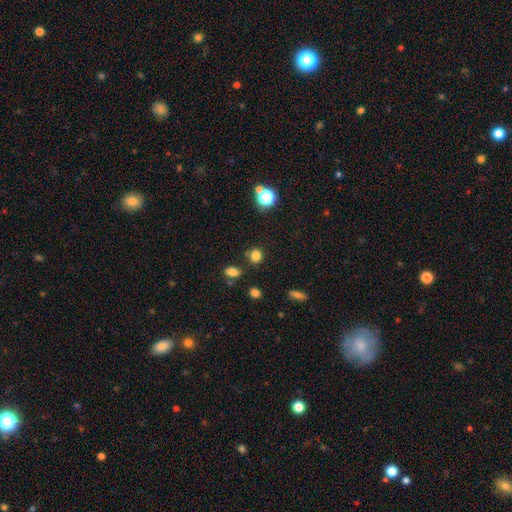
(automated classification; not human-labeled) Smooth or featured: smooth — 80% (star or artifact — 15%)
How rounded: round — 82% (in between — 17%)
Merging: none — 76% (minor disturbance — 11%)